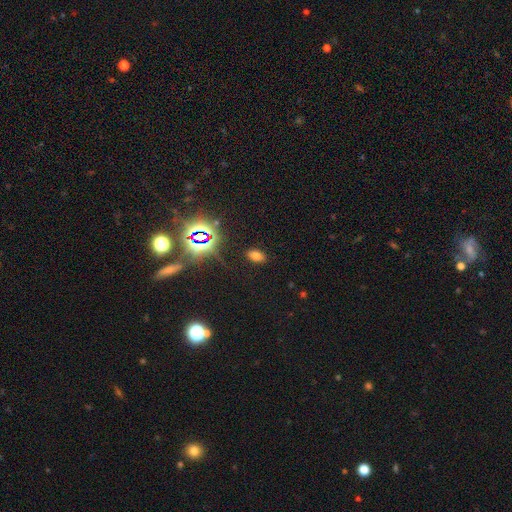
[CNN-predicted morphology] smooth_or_featured: smooth (p=0.64) [alt: star or artifact p=0.29]
how_rounded: in between (p=0.89) [alt: round p=0.08]
merging: none (p=0.87) [alt: minor disturbance p=0.08]